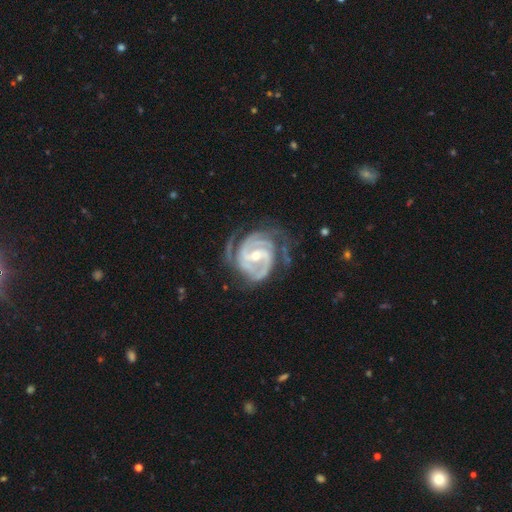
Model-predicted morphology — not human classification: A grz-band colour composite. It shows a featured or disk galaxy (93%) with a weak bar (48%), 3 (39%) tight (62%) spiral arms (99%) and a small central bulge (49%). Merging: none (65%).